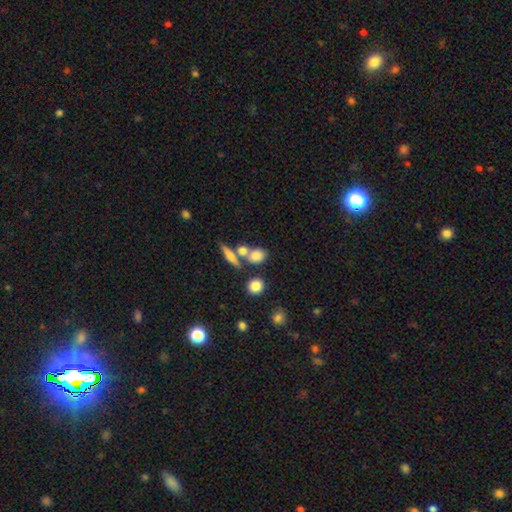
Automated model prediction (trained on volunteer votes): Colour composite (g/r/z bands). It shows a smooth galaxy with no disk features (76%) that is in between round and cigar-shaped (50%). Merging: none (53%).